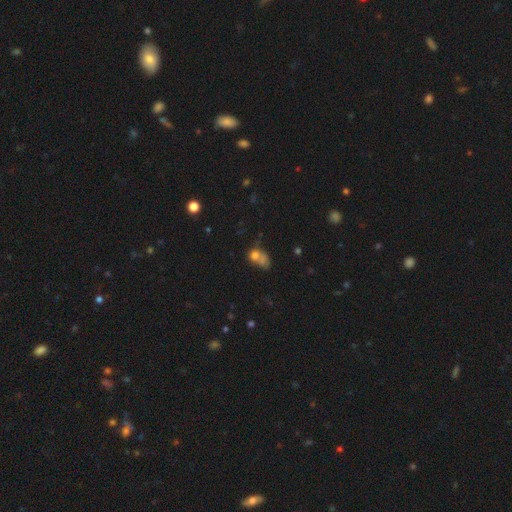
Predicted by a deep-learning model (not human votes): Smooth or featured?
  - smooth: 67% *
  - featured or disk: 17%
  - star or artifact: 16%
How rounded?
  - in between: 54% *
  - round: 43%
  - cigar-shaped: 3%
Merging?
  - merger: 39% *
  - none: 26%
  - major disturbance: 19%
  - minor disturbance: 16%